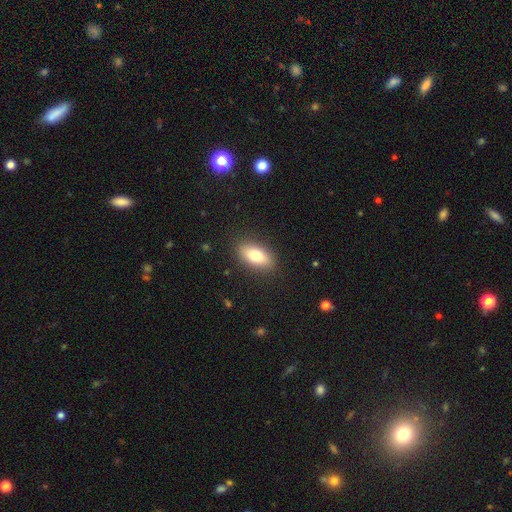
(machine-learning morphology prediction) This is likely a smooth galaxy (79%). How rounded: clearly in between (86%). Merging: clearly none (87%).